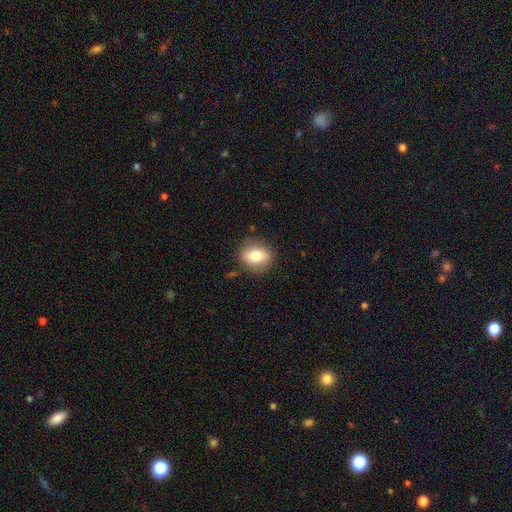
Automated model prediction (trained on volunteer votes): smooth-or-featured: smooth: 76% | featured or disk: 16% | star or artifact: 8%
  how-rounded: in between: 50% | round: 49% | cigar-shaped: 2%
  merging: none: 85% | minor disturbance: 11% | major disturbance: 3% | merger: 1%